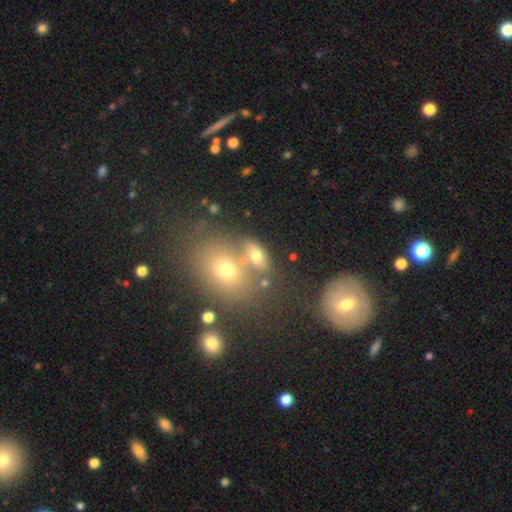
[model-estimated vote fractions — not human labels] smooth-or-featured: smooth: 67% | featured or disk: 18% | star or artifact: 15%
  how-rounded: in between: 77% | round: 19% | cigar-shaped: 5%
  merging: none: 48% | merger: 32% | minor disturbance: 12% | major disturbance: 7%